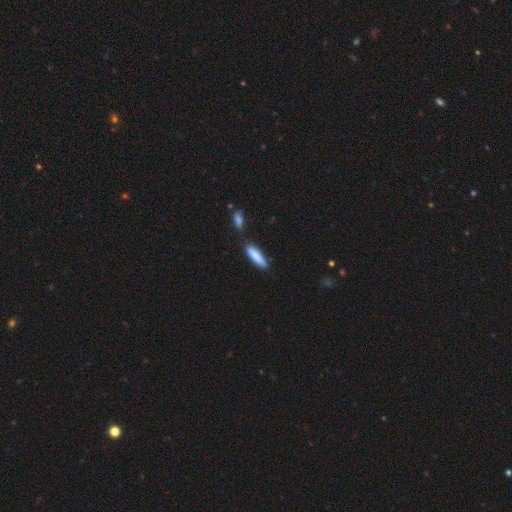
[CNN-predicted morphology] smooth_or_featured: smooth (p=0.82) [alt: featured or disk p=0.12]
how_rounded: cigar-shaped (p=0.70) [alt: in between p=0.29]
merging: none (p=0.75) [alt: minor disturbance p=0.14]